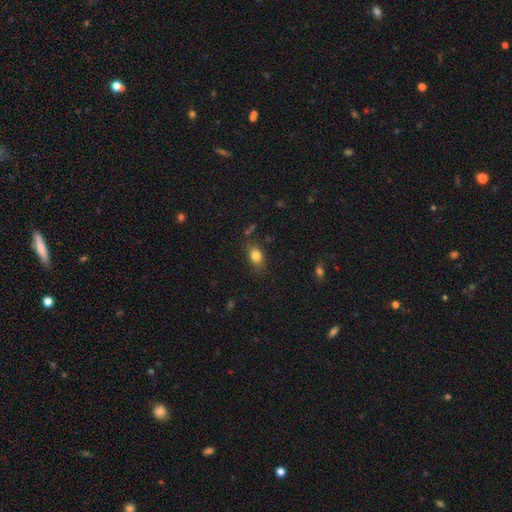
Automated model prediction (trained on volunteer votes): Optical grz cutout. It shows a smooth galaxy with no disk features (81%) that is in between round and cigar-shaped (78%). Merging: none (77%).